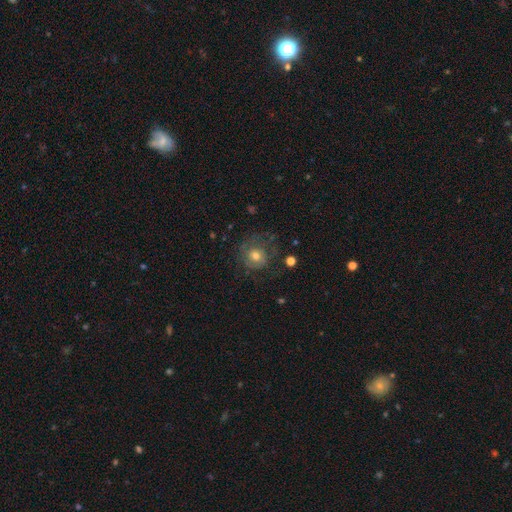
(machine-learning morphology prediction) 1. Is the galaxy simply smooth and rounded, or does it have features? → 50% smooth, 36% featured or disk, 13% star or artifact.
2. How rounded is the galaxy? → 85% round, 14% in between, 1% cigar-shaped.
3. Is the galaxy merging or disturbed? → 60% none, 20% minor disturbance, 18% major disturbance, 2% merger.